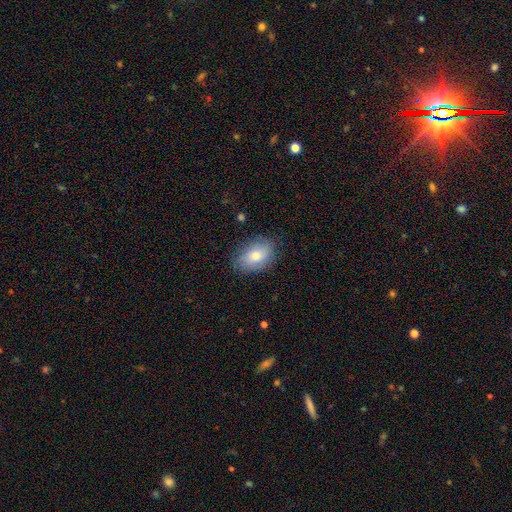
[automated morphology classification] A smooth galaxy with no disk features (74%) that is in between round and cigar-shaped (86%).

Vote fractions:
- Smooth or featured? smooth: 74% / featured or disk: 18% / star or artifact: 8%
- How rounded? in between: 86% / round: 13% / cigar-shaped: 1%
- Merging? none: 81% / minor disturbance: 15% / major disturbance: 3% / merger: 1%